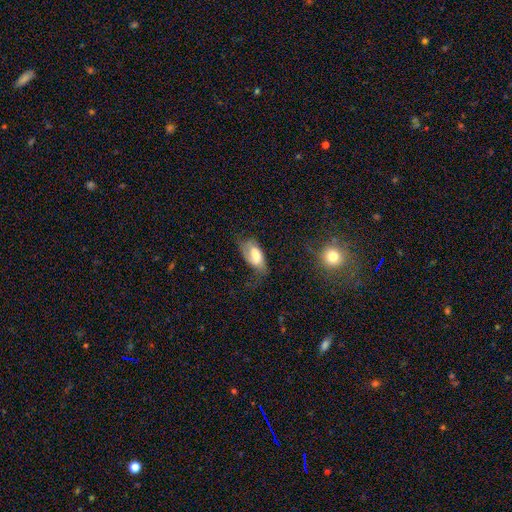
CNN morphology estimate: This appears to be a smooth galaxy with no disk features (50%) that is in between round and cigar-shaped (90%). Merging: none (43%).